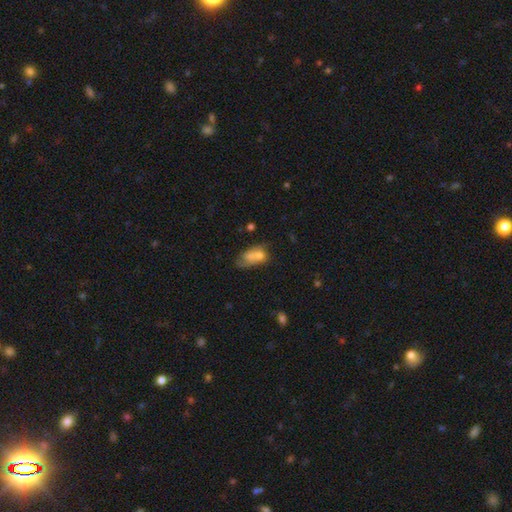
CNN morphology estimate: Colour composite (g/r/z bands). It shows a smooth galaxy with no disk features (61%) that is in between round and cigar-shaped (82%). Merging: merger (40%).